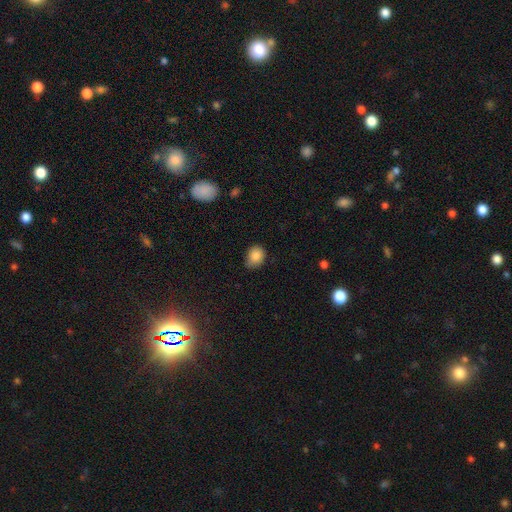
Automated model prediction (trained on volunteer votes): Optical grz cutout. It shows a smooth galaxy with no disk features (85%) that is in between round and cigar-shaped (51%). Merging: none (57%).